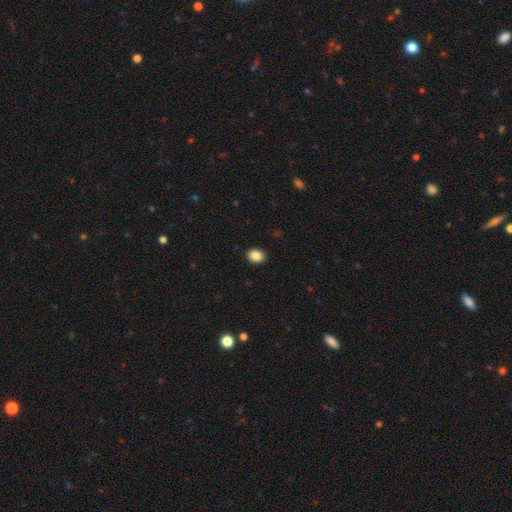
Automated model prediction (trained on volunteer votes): Q: Smooth or featured?
A: smooth (87%); runner-up: star or artifact (9%)
Q: How rounded?
A: in between (65%); runner-up: round (34%)
Q: Merging?
A: none (91%); runner-up: minor disturbance (6%)